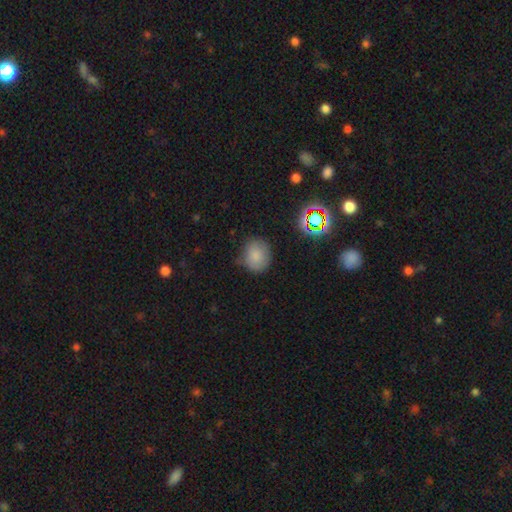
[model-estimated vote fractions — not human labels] This is likely a smooth galaxy (79%). How rounded: likely round (74%). Merging: likely none (71%).